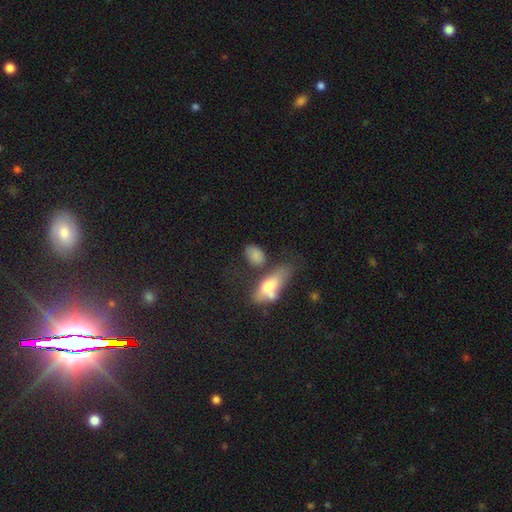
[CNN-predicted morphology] Smooth or featured: smooth — 79% (featured or disk — 13%)
How rounded: in between — 80% (round — 15%)
Merging: none — 54% (minor disturbance — 21%)